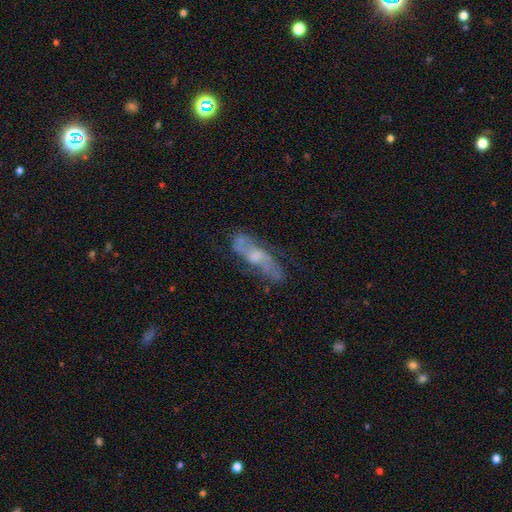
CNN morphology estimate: Smooth or featured? featured or disk (69%)
Edge-on disk? no (77%)
Bar? no (58%)
Spiral arms? yes (79%)
Bulge size? moderate (45%)
Merging? none (65%)